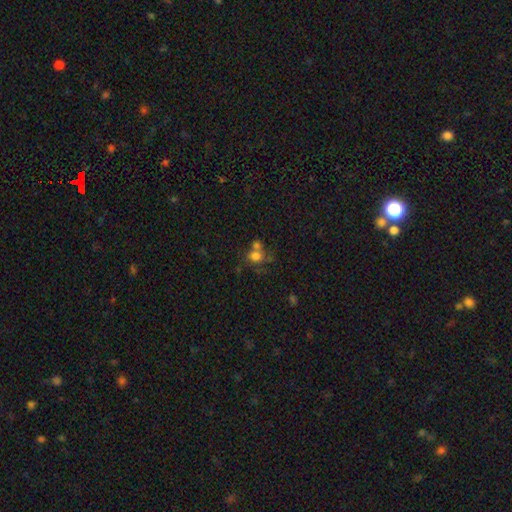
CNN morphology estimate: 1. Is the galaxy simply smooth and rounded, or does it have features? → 72% smooth, 14% star or artifact, 14% featured or disk.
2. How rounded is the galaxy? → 69% round, 30% in between, 1% cigar-shaped.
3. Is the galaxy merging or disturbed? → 41% merger, 40% none, 11% minor disturbance, 8% major disturbance.